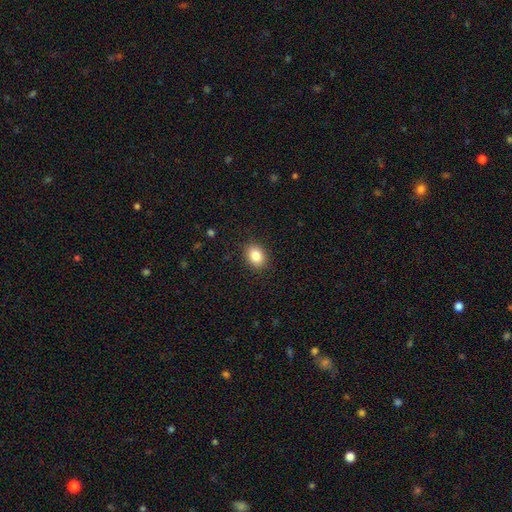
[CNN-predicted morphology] Smooth or featured: smooth — 85% (star or artifact — 9%)
How rounded: in between — 64% (round — 35%)
Merging: none — 88% (minor disturbance — 8%)